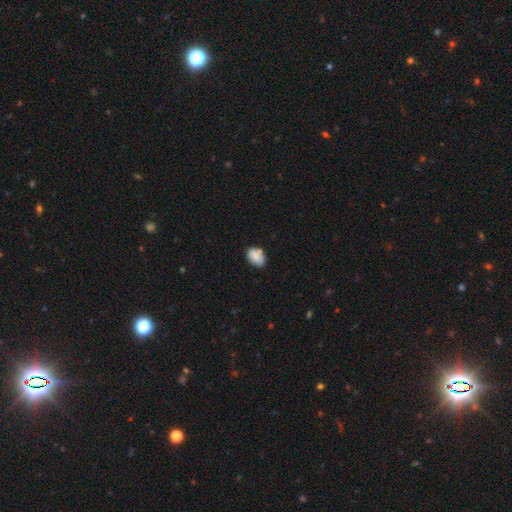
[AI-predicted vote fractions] A smooth galaxy with no disk features (84%) that is in between round and cigar-shaped (85%). Merging: none (67%).